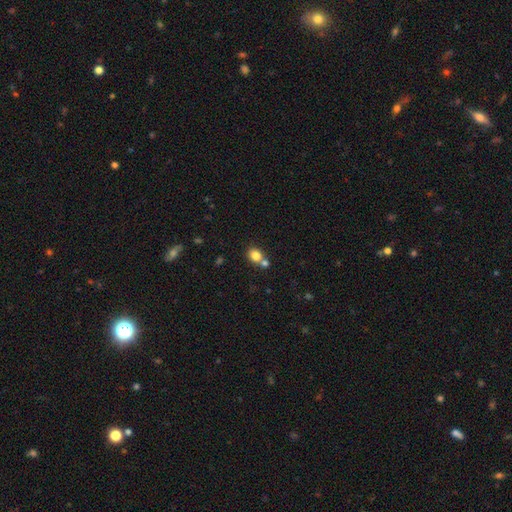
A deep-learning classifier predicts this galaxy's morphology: Smooth or featured?
  - smooth: 82% *
  - star or artifact: 11%
  - featured or disk: 8%
How rounded?
  - round: 65% *
  - in between: 34%
  - cigar-shaped: 1%
Merging?
  - none: 51% *
  - merger: 38%
  - minor disturbance: 9%
  - major disturbance: 3%